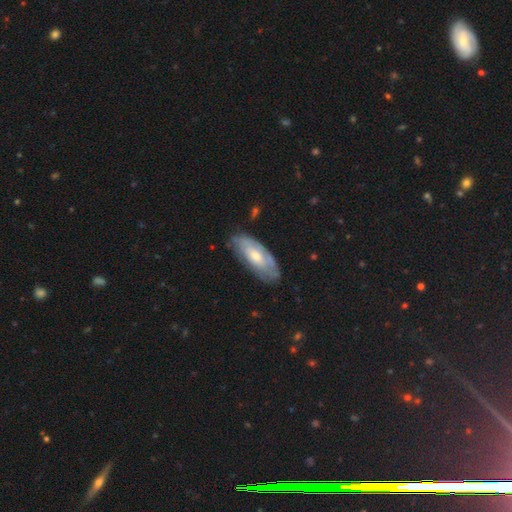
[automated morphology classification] Q: Smooth or featured?
A: featured or disk (50%); runner-up: smooth (45%)
Q: Merging?
A: none (70%); runner-up: minor disturbance (23%)